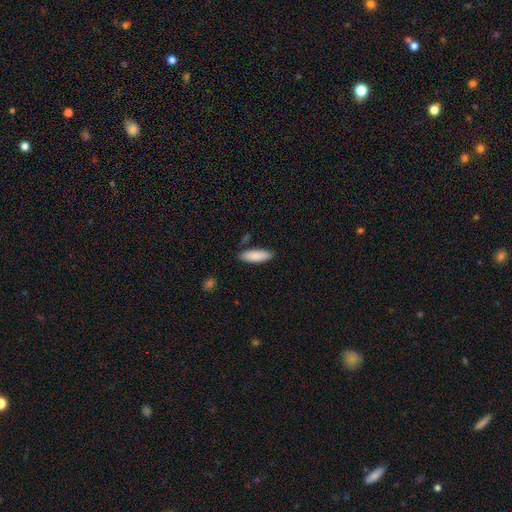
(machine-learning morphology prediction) A smooth galaxy with no disk features (88%) that is in between round and cigar-shaped (59%).

Vote fractions:
- Smooth or featured? smooth: 88% / featured or disk: 6% / star or artifact: 6%
- How rounded? in between: 59% / cigar-shaped: 40% / round: 2%
- Merging? none: 83% / minor disturbance: 11% / merger: 3% / major disturbance: 2%